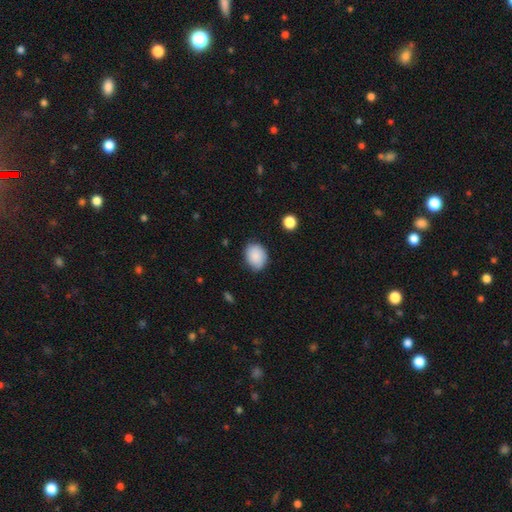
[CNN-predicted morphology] type=smooth (86%); roundness=in between (53%); merging=none (75%).